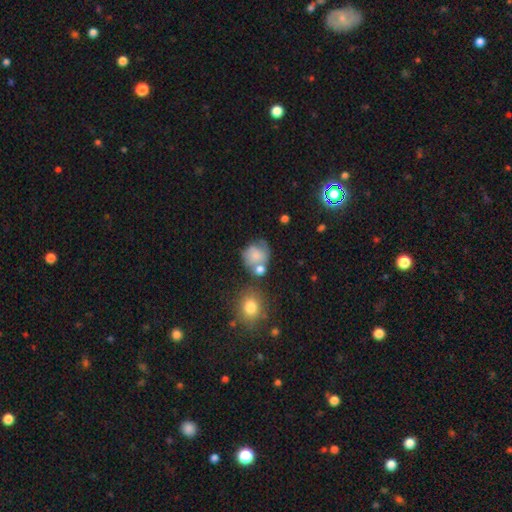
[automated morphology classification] smooth 66%, featured or disk 24%, star or artifact 10%. Down the decision tree: how rounded — round (76%); merging — none (43%).